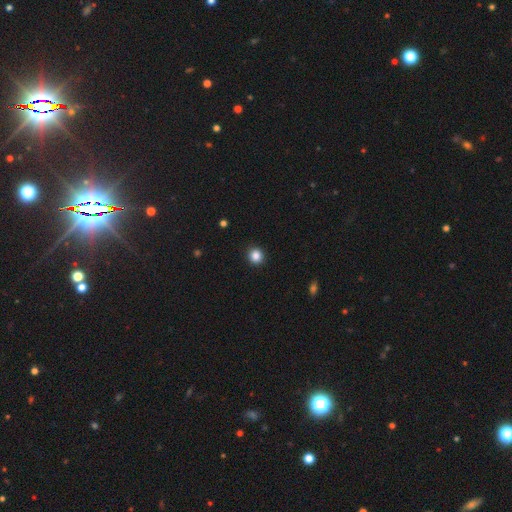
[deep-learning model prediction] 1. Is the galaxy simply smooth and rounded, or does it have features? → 86% smooth, 11% star or artifact, 3% featured or disk.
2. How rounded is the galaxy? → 91% round, 8% in between, 1% cigar-shaped.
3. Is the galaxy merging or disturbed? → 92% none, 5% minor disturbance, 2% major disturbance, 1% merger.